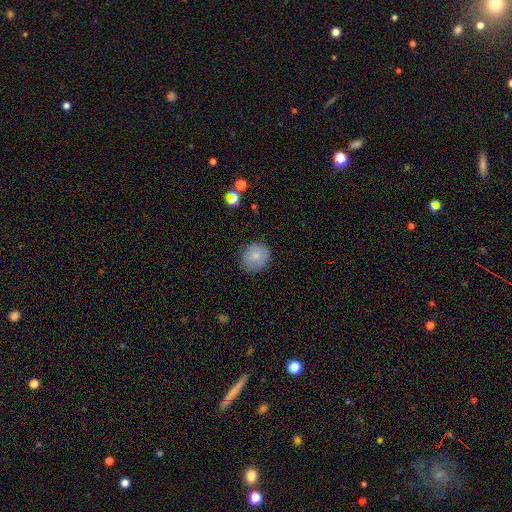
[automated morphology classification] smooth 81%, featured or disk 10%, star or artifact 9%. Down the decision tree: how rounded — round (87%); merging — none (85%).